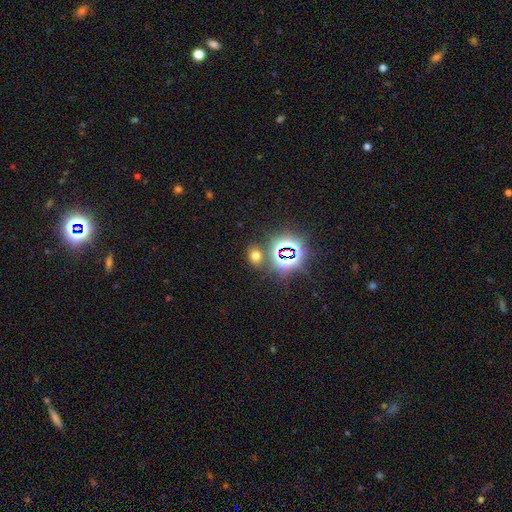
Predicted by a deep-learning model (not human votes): Q: Smooth or featured?
A: smooth (56%); runner-up: star or artifact (37%)
Q: How rounded?
A: round (54%); runner-up: in between (45%)
Q: Merging?
A: none (80%); runner-up: minor disturbance (9%)